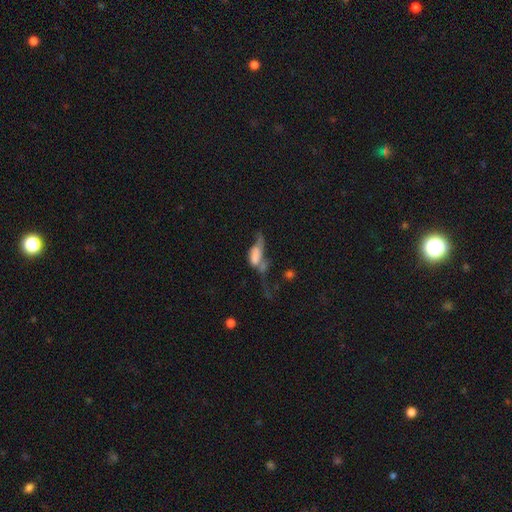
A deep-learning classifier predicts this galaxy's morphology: This is possibly a smooth galaxy (54%). How rounded: likely in between (79%). Merging: marginally major disturbance (40%).